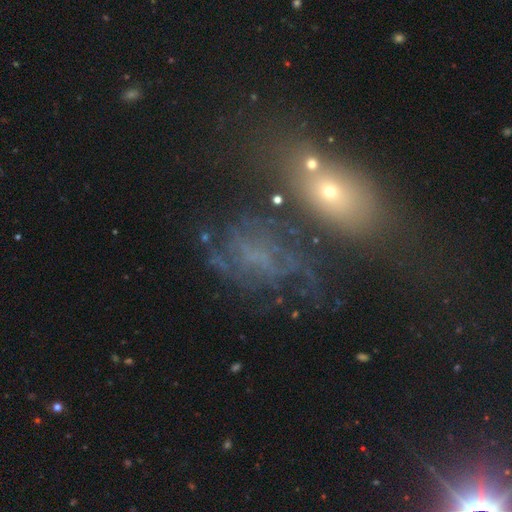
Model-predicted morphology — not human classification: This is possibly a featured or disk galaxy (55%). It is clearly not viewed edge-on (93%). Bar: likely no (67%). Spiral arm pattern: likely yes (67%). Central bulge: marginally none (43%). Merging: marginally none (44%).